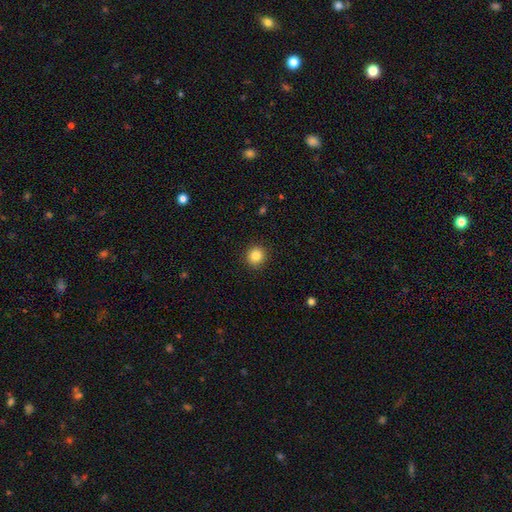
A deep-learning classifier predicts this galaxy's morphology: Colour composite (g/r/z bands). It shows a smooth galaxy with no disk features (85%) that is round (90%). Merging: none (91%).